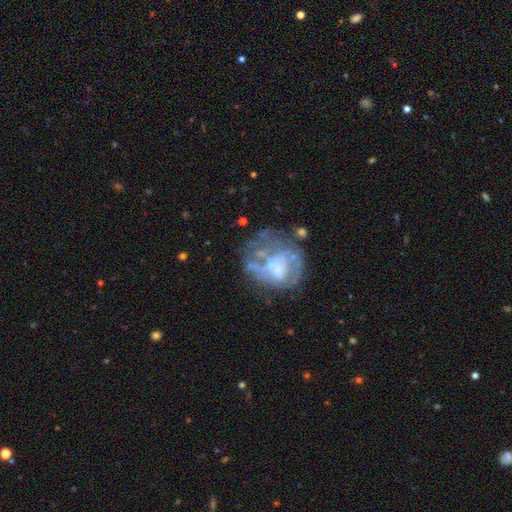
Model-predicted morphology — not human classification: A featured or disk galaxy (56%) with no bar (56%), spiral arms (69%) and a moderate central bulge (41%). Merging: none (67%).